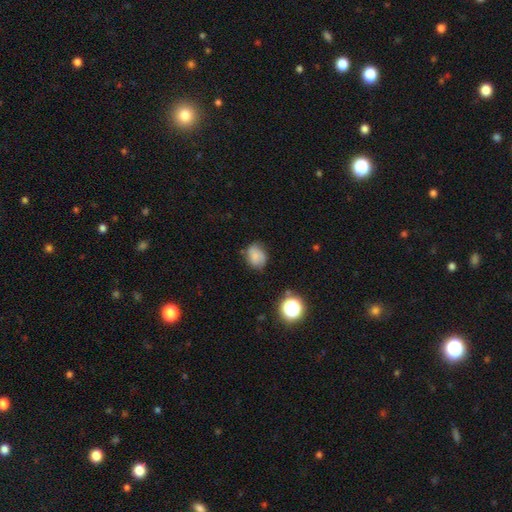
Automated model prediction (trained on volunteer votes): Smooth or featured?
  - smooth: 70% *
  - featured or disk: 18%
  - star or artifact: 12%
How rounded?
  - round: 49% * (tied)
  - in between: 49% * (tied)
  - cigar-shaped: 1%
Merging?
  - none: 62% *
  - minor disturbance: 28%
  - major disturbance: 7%
  - merger: 3%